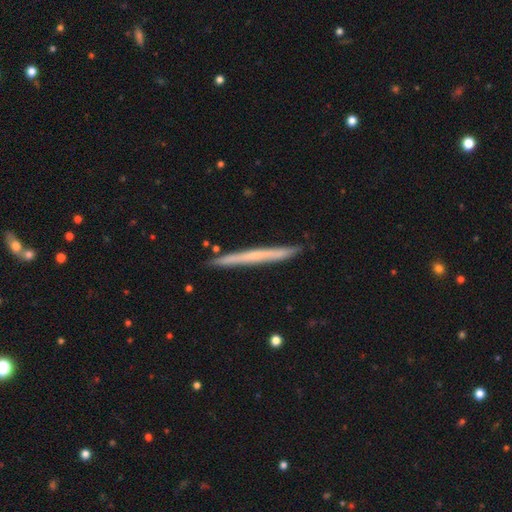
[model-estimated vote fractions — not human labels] A featured or disk galaxy (52%) viewed edge-on (97%).

Vote fractions:
- Smooth or featured? featured or disk: 52% / smooth: 42% / star or artifact: 7%
- Edge-on disk? yes: 97% / no: 3%
- Merging? none: 89% / minor disturbance: 8% / merger: 1% / major disturbance: 1%